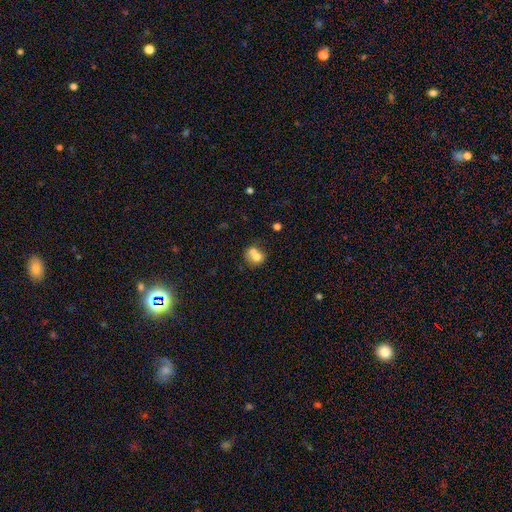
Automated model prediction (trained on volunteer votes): smooth-or-featured: smooth: 67% | featured or disk: 23% | star or artifact: 10%
  how-rounded: round: 71% | in between: 28% | cigar-shaped: 1%
  merging: merger: 64% | none: 26% | minor disturbance: 7% | major disturbance: 3%